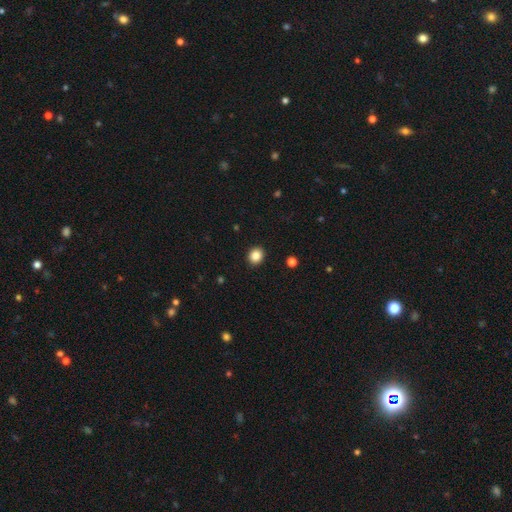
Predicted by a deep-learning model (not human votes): Q: Smooth or featured?
A: smooth (87%); runner-up: star or artifact (10%)
Q: How rounded?
A: round (74%); runner-up: in between (25%)
Q: Merging?
A: none (92%); runner-up: minor disturbance (5%)